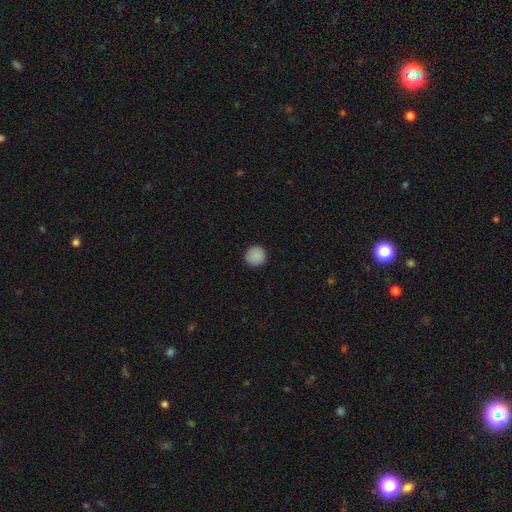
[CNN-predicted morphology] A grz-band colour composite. It shows a smooth galaxy with no disk features (89%) that is round (95%). Merging: none (92%).